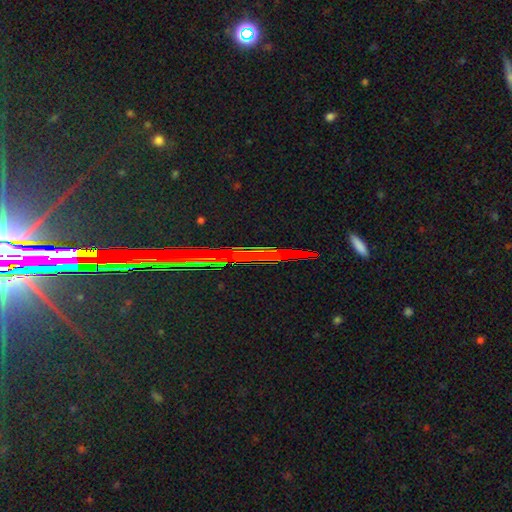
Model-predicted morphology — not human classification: Smooth or featured?
  - star or artifact: 79% *
  - featured or disk: 13%
  - smooth: 8%